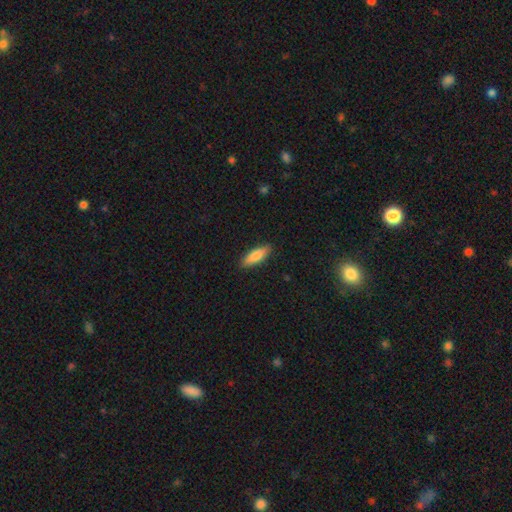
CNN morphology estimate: Smooth or featured? smooth (82%)
How rounded? in between (56%)
Merging? none (88%)